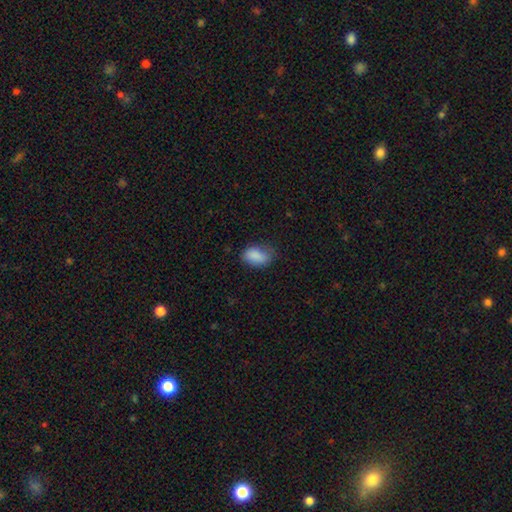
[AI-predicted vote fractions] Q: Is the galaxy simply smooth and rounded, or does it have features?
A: smooth — 86%.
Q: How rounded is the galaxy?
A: in between — 89%.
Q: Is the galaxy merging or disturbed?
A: none — 62%.